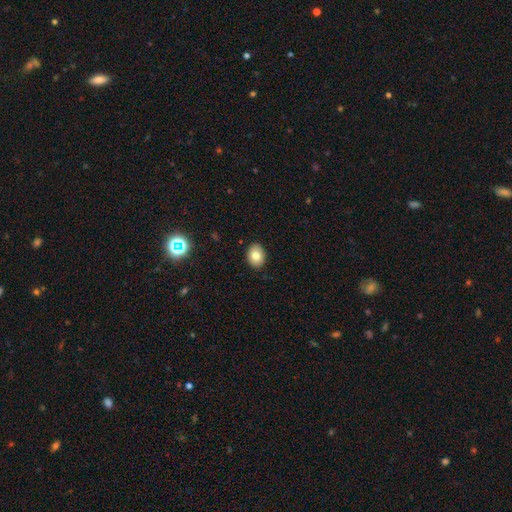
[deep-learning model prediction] smooth_or_featured: smooth (p=0.78) [alt: featured or disk p=0.12]
how_rounded: in between (p=0.61) [alt: round p=0.38]
merging: none (p=0.90) [alt: minor disturbance p=0.08]